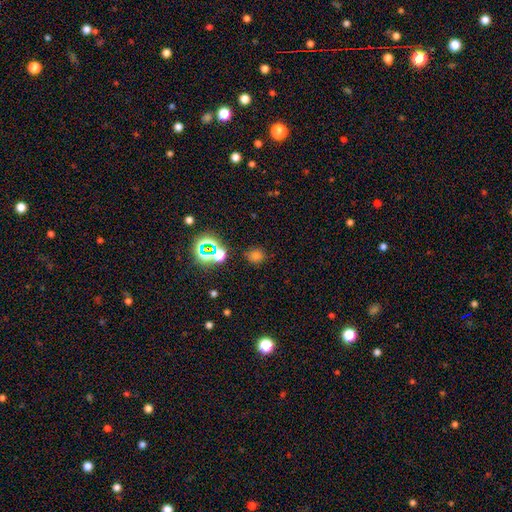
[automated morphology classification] A smooth galaxy with no disk features (59%) that is round (86%). Merging: none (83%).